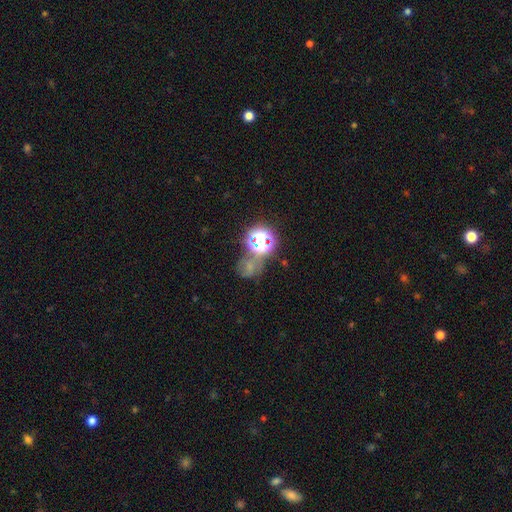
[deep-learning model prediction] Q: Smooth or featured?
A: star or artifact (58%); runner-up: smooth (32%)